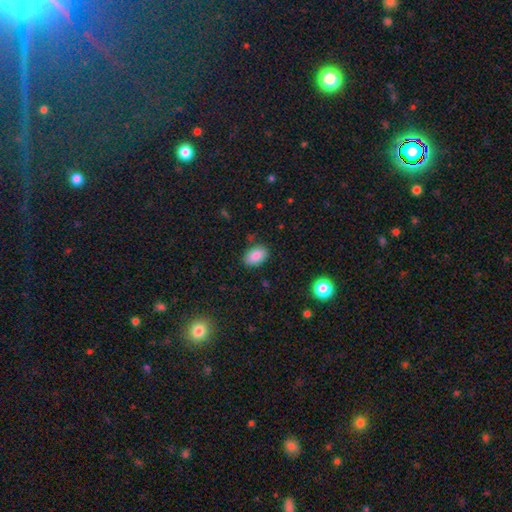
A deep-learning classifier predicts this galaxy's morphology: This is clearly a smooth galaxy (86%). How rounded: clearly in between (89%). Merging: clearly none (84%).